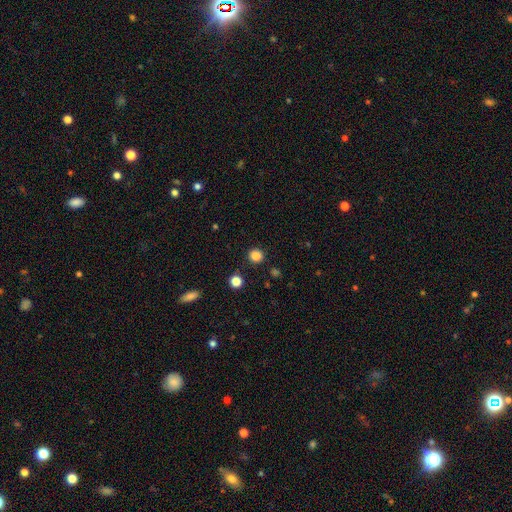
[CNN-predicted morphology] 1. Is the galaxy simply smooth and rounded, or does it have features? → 84% smooth, 12% star or artifact, 3% featured or disk.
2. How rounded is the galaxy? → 93% round, 6% in between, 1% cigar-shaped.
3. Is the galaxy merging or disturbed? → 91% none, 5% minor disturbance, 2% major disturbance, 2% merger.